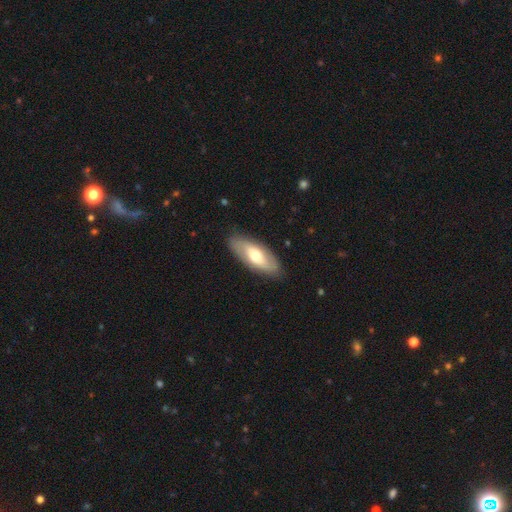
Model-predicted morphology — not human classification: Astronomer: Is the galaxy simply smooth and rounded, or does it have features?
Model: smooth — 48% (runner-up: featured or disk, 47%).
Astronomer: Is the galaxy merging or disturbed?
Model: none — 86%.